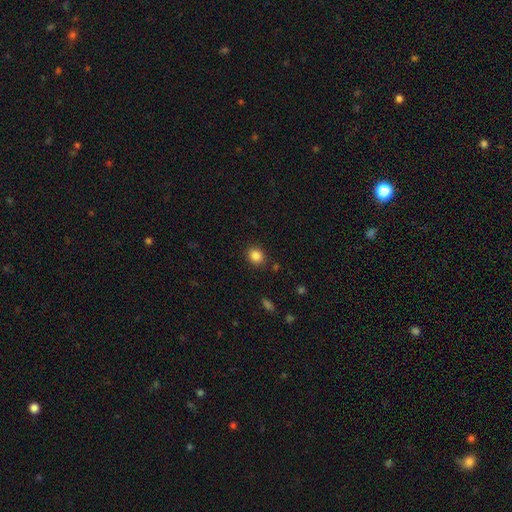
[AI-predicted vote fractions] Smooth or featured: smooth — 86% (star or artifact — 10%)
How rounded: round — 60% (in between — 39%)
Merging: none — 86% (minor disturbance — 9%)